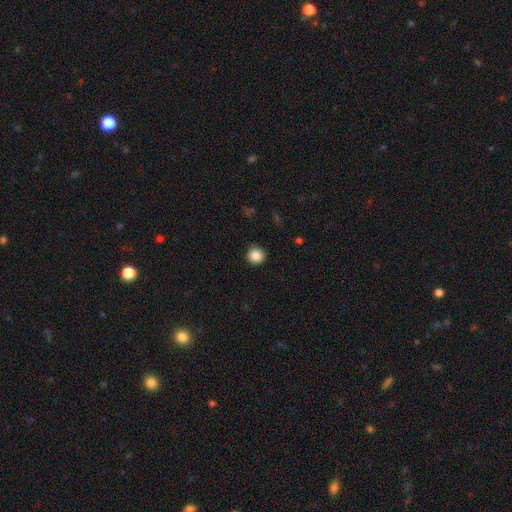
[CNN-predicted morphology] A smooth galaxy with no disk features (86%) that is round (94%). Merging: none (92%).